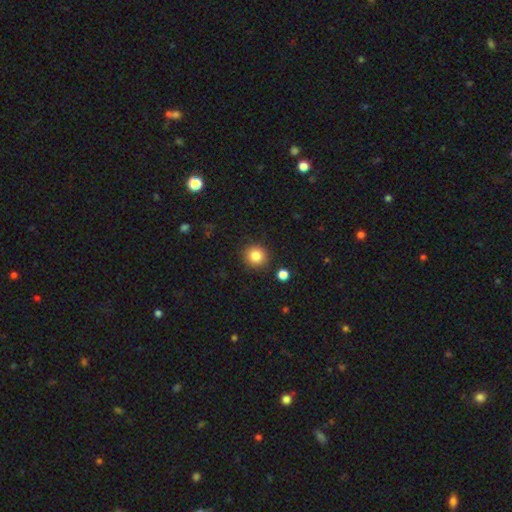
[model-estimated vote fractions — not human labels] This appears to be a smooth galaxy with no disk features (84%) that is round (92%). Merging: none (88%).